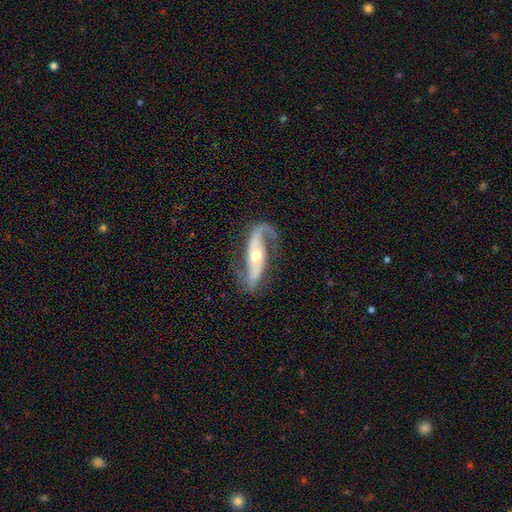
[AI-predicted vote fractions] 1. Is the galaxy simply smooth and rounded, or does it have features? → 89% featured or disk, 5% smooth, 5% star or artifact.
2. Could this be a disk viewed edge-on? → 90% no, 10% yes.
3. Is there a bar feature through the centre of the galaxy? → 44% strong, 33% no, 22% weak.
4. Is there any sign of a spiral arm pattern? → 97% yes, 3% no.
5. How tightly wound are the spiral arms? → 44% loose, 39% medium, 17% tight.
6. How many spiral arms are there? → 91% 2, 4% 1, 2% can't tell, 1% 3, 1% 4, 1% more than 4.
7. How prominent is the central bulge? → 50% moderate, 45% small, 3% large, 1% none, 1% dominant.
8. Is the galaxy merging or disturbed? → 76% none, 14% minor disturbance, 8% major disturbance, 2% merger.